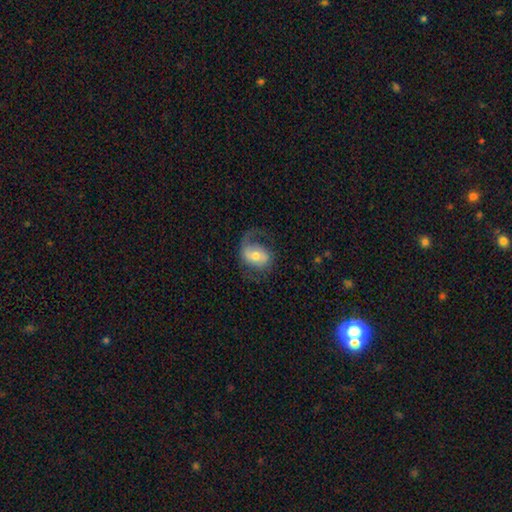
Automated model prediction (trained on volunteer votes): Smooth or featured? featured or disk (65%)
Edge-on disk? no (96%)
Bar? no (41%)
Spiral arms? yes (86%)
Spiral winding? loose (45%)
Spiral arm count? 2 (61%)
Bulge size? moderate (61%)
Merging? none (54%)